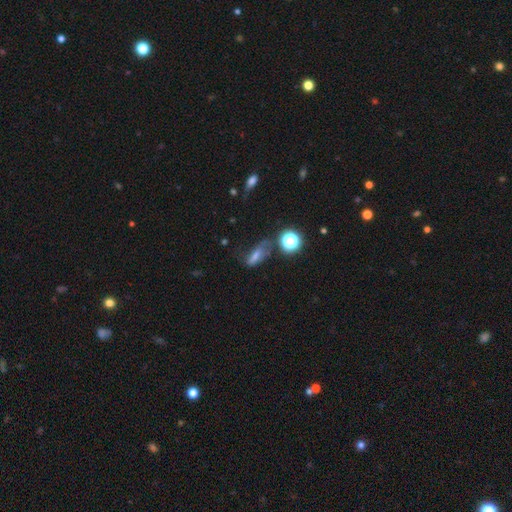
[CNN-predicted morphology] Smooth or featured? Predicted: smooth (p=0.45). Merging? Predicted: none (p=0.49).